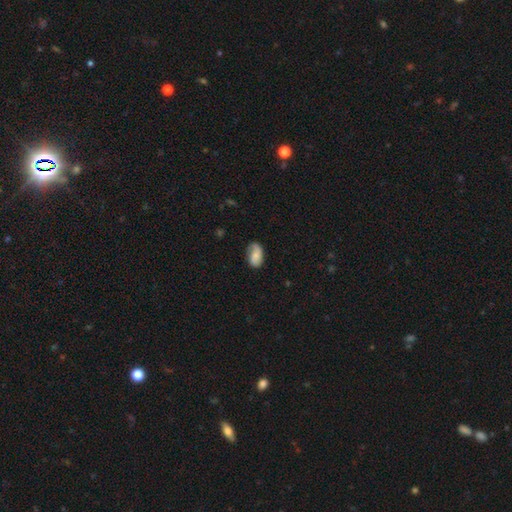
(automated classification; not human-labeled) Q: Smooth or featured?
A: smooth (63%); runner-up: featured or disk (30%)
Q: How rounded?
A: in between (91%); runner-up: round (7%)
Q: Merging?
A: none (60%); runner-up: minor disturbance (29%)